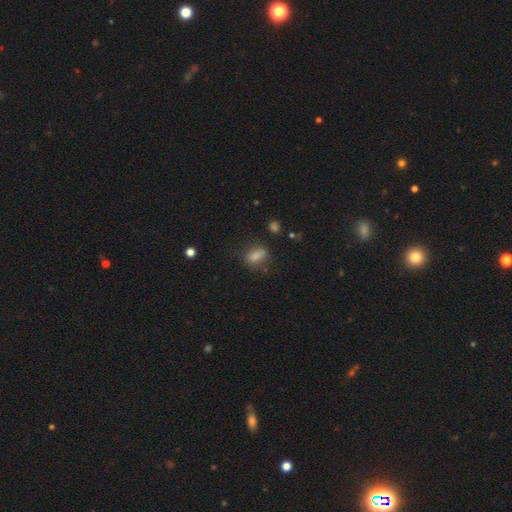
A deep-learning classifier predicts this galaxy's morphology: Smooth or featured: smooth — 70% (star or artifact — 17%)
How rounded: in between — 67% (cigar-shaped — 17%)
Merging: none — 69% (minor disturbance — 20%)